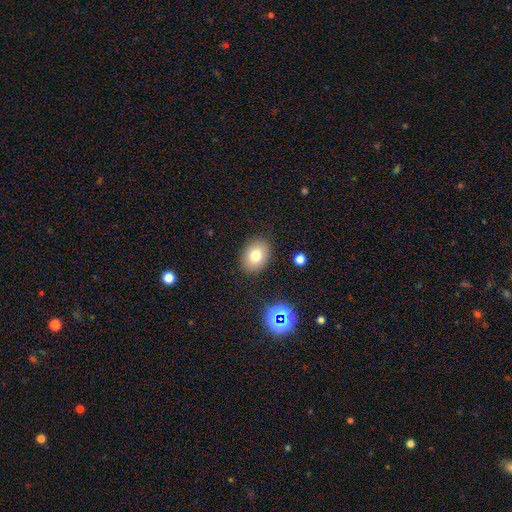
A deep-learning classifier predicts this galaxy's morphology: type=smooth (75%); roundness=in between (59%); merging=none (86%).